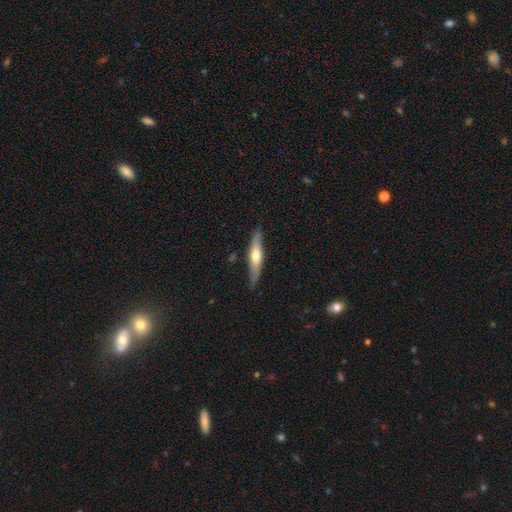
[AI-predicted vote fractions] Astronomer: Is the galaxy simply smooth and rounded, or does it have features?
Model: featured or disk — 51% (runner-up: smooth, 44%).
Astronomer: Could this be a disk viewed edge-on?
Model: yes — 85%.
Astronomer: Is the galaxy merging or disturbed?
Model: none — 80%.